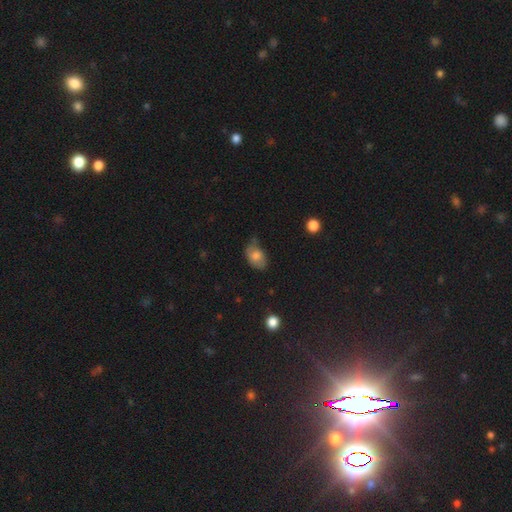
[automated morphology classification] type=smooth (72%); roundness=in between (85%); merging=none (45%).